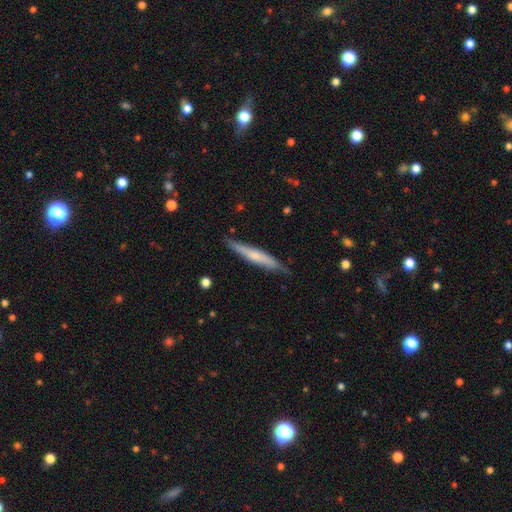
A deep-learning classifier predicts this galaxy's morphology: A smooth galaxy with no disk features (53%) that is cigar-shaped (93%).

Vote fractions:
- Smooth or featured? smooth: 53% / featured or disk: 41% / star or artifact: 5%
- How rounded? cigar-shaped: 93% / in between: 5% / round: 1%
- Merging? none: 82% / minor disturbance: 14% / major disturbance: 2% / merger: 1%